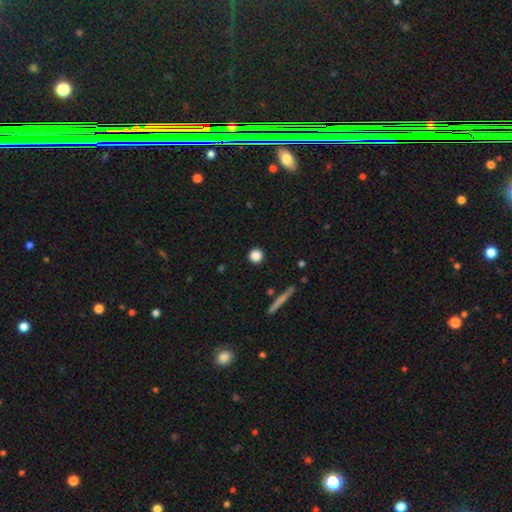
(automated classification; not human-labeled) smooth-or-featured: smooth: 86% | star or artifact: 9% | featured or disk: 5%
  how-rounded: round: 94% | in between: 4% | cigar-shaped: 2%
  merging: none: 91% | minor disturbance: 5% | major disturbance: 2% | merger: 2%